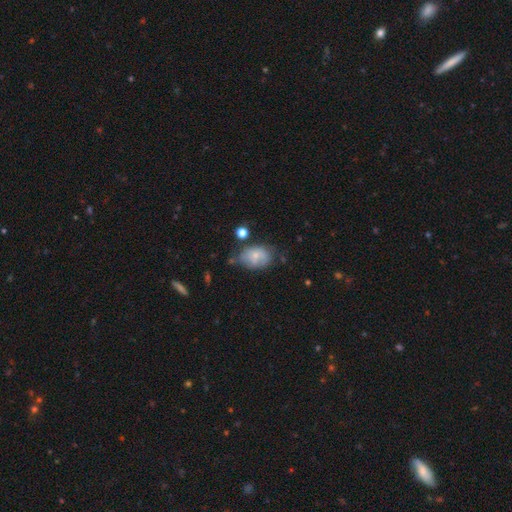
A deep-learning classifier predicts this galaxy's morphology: A smooth galaxy with no disk features (62%) that is in between round and cigar-shaped (74%). Merging: none (46%).